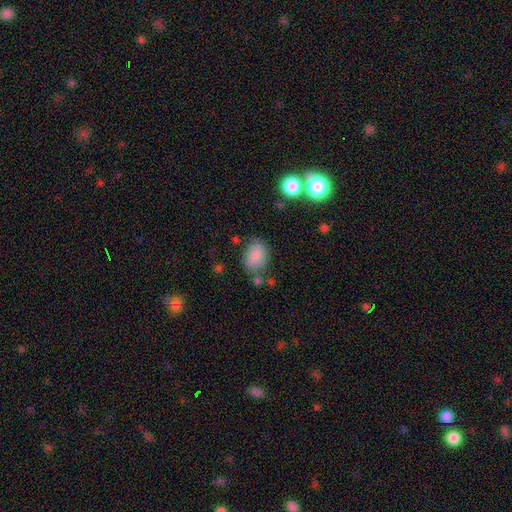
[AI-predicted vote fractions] Smooth or featured: smooth — 82% (featured or disk — 10%)
How rounded: in between — 63% (round — 36%)
Merging: none — 66% (minor disturbance — 21%)